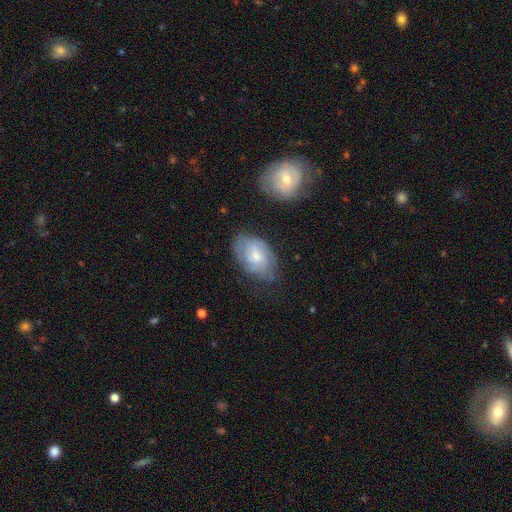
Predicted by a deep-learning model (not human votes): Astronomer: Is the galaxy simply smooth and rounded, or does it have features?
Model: featured or disk — 48% (runner-up: smooth, 44%).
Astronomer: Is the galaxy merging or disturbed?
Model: none — 60%.